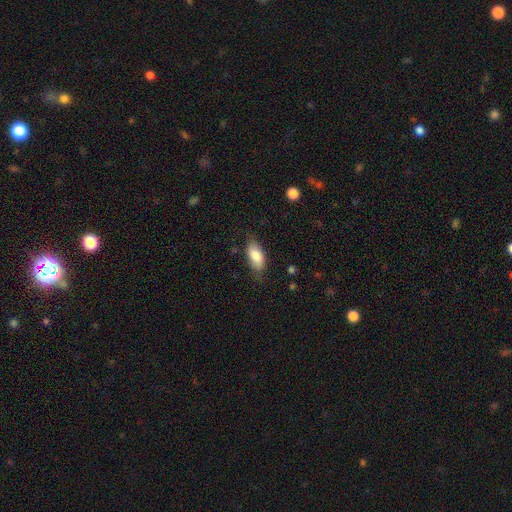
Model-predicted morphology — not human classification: type=smooth (83%); roundness=in between (87%); merging=none (73%).